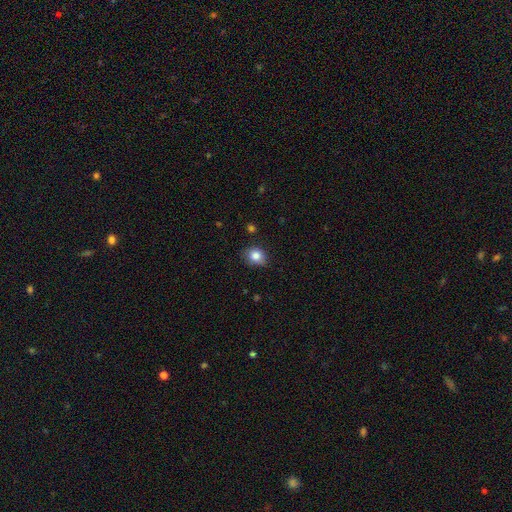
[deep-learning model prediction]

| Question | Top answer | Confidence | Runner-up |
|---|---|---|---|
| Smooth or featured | smooth | 84% | star or artifact (10%) |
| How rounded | round | 62% | in between (37%) |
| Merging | none | 74% | minor disturbance (21%) |